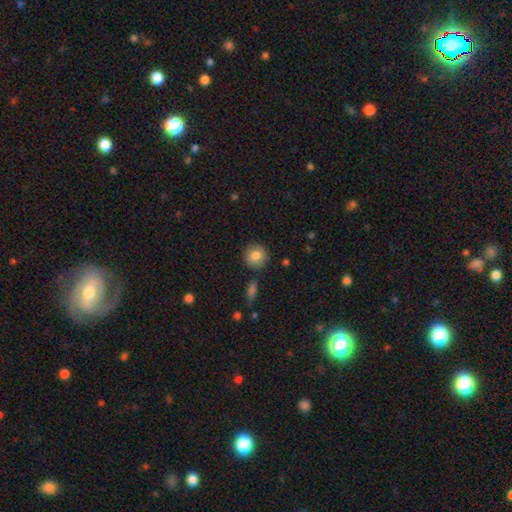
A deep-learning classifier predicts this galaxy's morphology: smooth 83%, featured or disk 9%, star or artifact 8%. Down the decision tree: how rounded — round (90%); merging — none (86%).